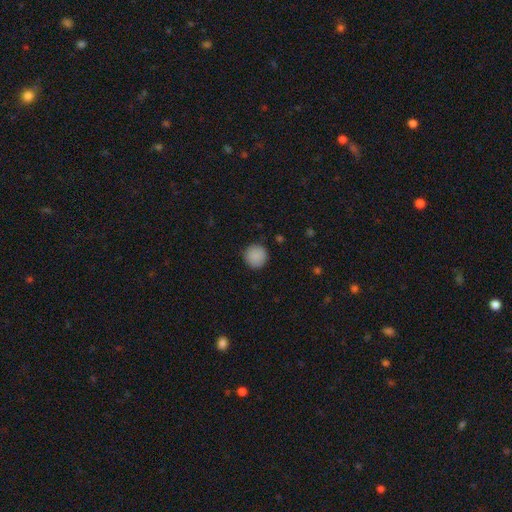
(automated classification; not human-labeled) Smooth or featured?
  - smooth: 88% *
  - star or artifact: 8%
  - featured or disk: 4%
How rounded?
  - round: 95% *
  - in between: 4%
  - cigar-shaped: 1%
Merging?
  - none: 89% *
  - minor disturbance: 7%
  - major disturbance: 2%
  - merger: 1%